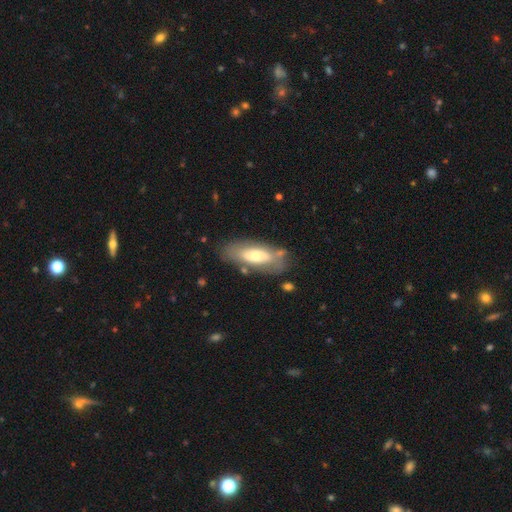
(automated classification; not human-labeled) smooth 55%, featured or disk 39%, star or artifact 6%. Down the decision tree: how rounded — in between (76%); merging — none (70%).